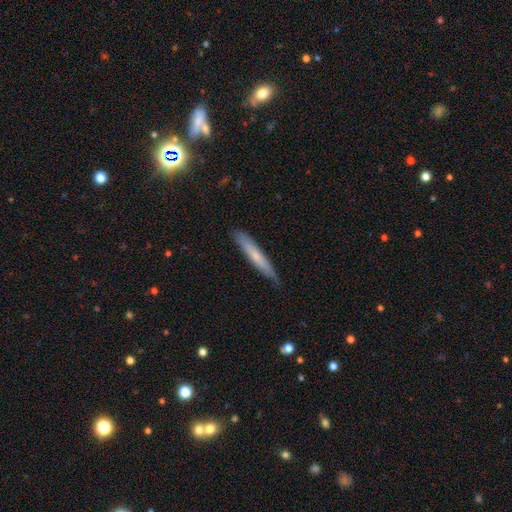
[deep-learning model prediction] This appears to be a smooth galaxy with no disk features (60%) that is cigar-shaped (94%). Merging: none (84%).